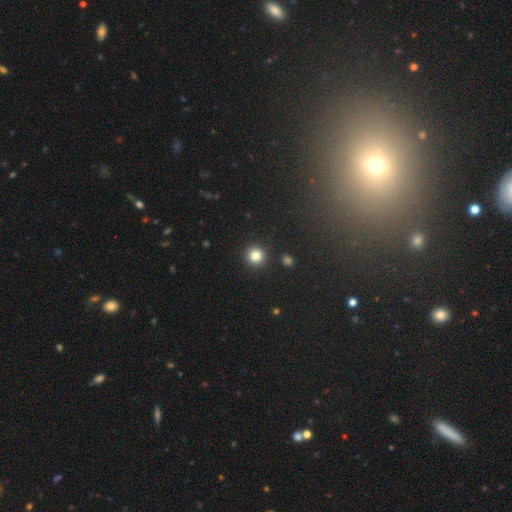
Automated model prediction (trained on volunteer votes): This is clearly a smooth galaxy (83%). How rounded: clearly round (94%). Merging: clearly none (92%).